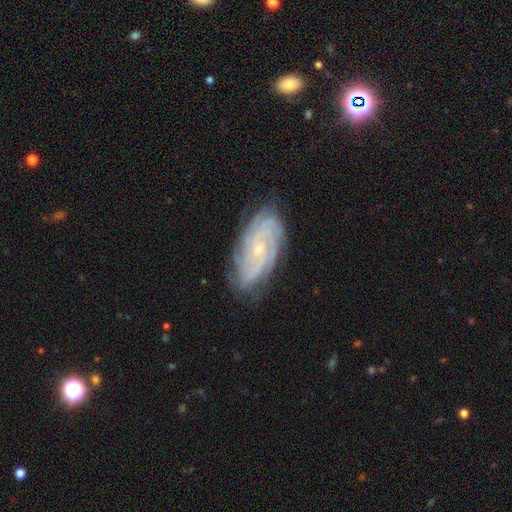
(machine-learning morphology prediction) type=featured or disk (76%); edge-on=no (93%); bar=no (73%); spiral arms=yes (95%); winding=tight (64%); arm count=can't tell (35%); bulge=small (76%); merging=none (80%).